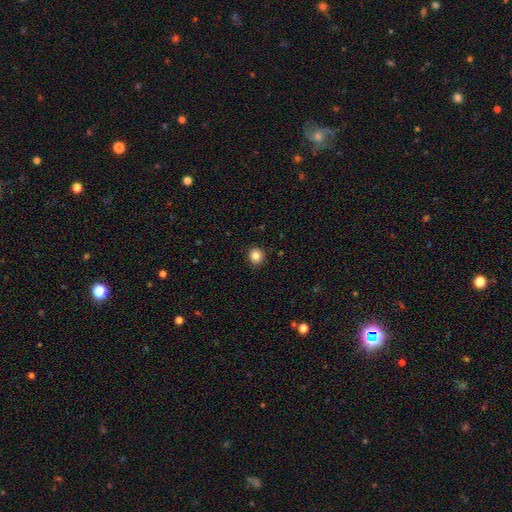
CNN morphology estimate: The model was most divided on "smooth or featured": smooth: 84%, star or artifact: 11%, featured or disk: 5%. More confident: merging — none (91%); how rounded — round (88%).